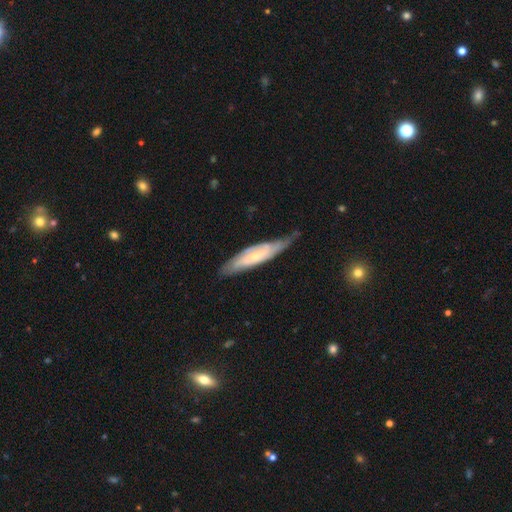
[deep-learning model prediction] Smooth or featured: featured or disk — 71% (smooth — 23%)
Edge-on disk: no — 64% (yes — 36%)
Merging: none — 61% (minor disturbance — 28%)